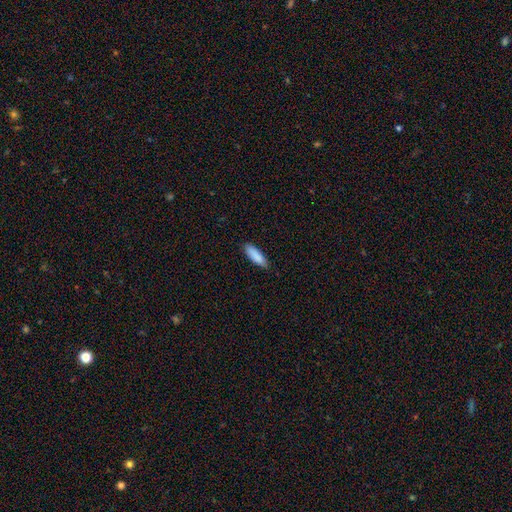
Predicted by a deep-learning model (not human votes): A smooth galaxy with no disk features (89%) that is cigar-shaped (50%).

Vote fractions:
- Smooth or featured? smooth: 89% / star or artifact: 6% / featured or disk: 6%
- How rounded? cigar-shaped: 50% / in between: 48% / round: 1%
- Merging? none: 85% / minor disturbance: 12% / major disturbance: 2% / merger: 1%